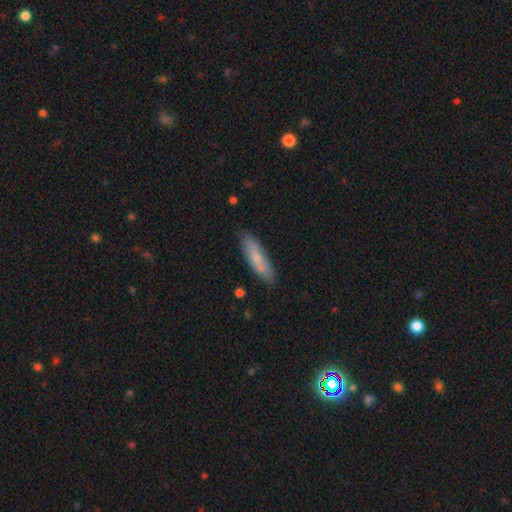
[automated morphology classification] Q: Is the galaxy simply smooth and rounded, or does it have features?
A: smooth — 72%.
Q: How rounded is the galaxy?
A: cigar-shaped — 60%.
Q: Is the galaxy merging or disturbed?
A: none — 75%.